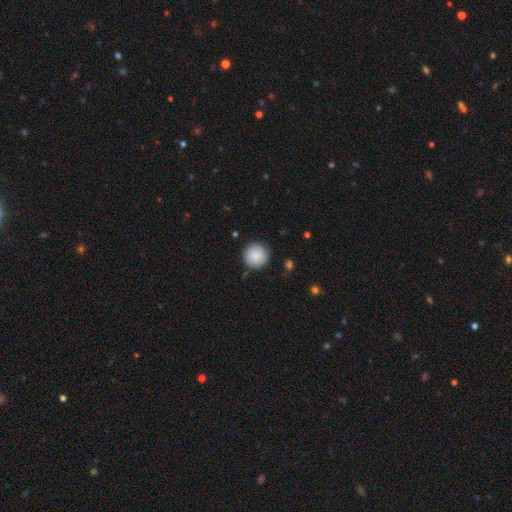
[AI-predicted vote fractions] Smooth or featured? smooth (87%)
How rounded? round (95%)
Merging? none (87%)